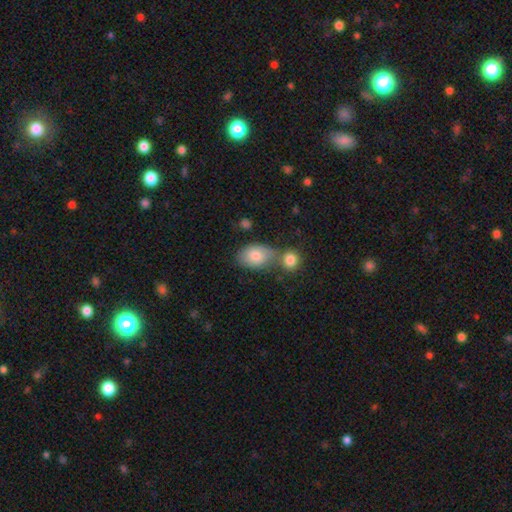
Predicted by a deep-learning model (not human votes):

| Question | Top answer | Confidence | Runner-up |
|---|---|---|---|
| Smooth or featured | smooth | 82% | featured or disk (11%) |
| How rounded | in between | 82% | round (16%) |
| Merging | none | 46% | merger (34%) |